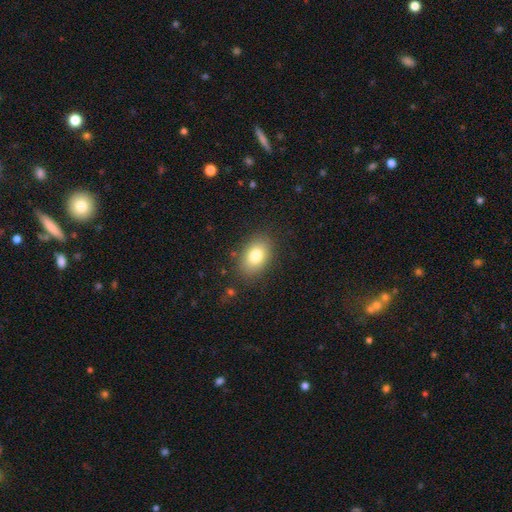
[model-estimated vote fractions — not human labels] Morphology: type=smooth (79%); roundness=in between (83%); merging=none (84%).